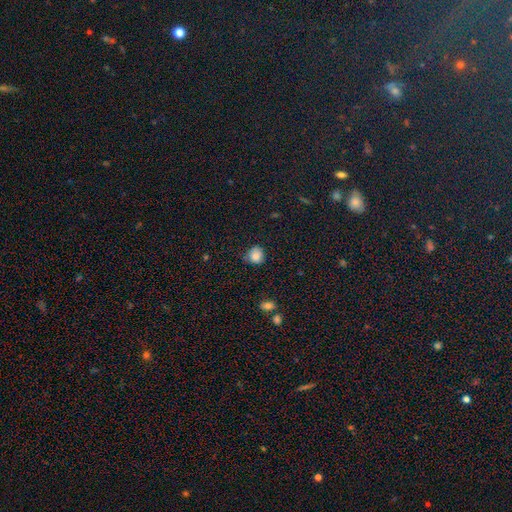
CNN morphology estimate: Overall: smooth (85%). How rounded: round (87%). Merging: none (77%).